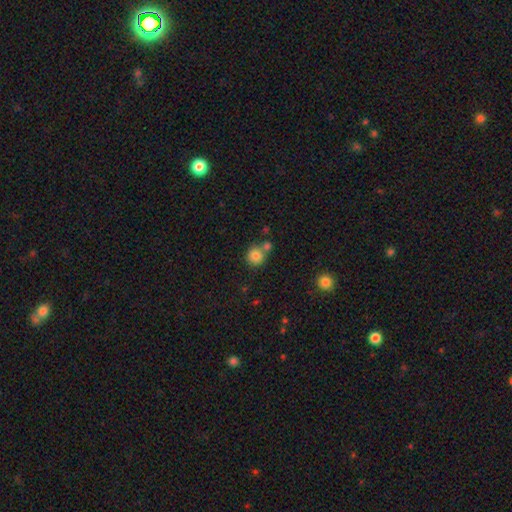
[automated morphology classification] Smooth or featured? smooth (82%)
How rounded? round (90%)
Merging? none (63%)